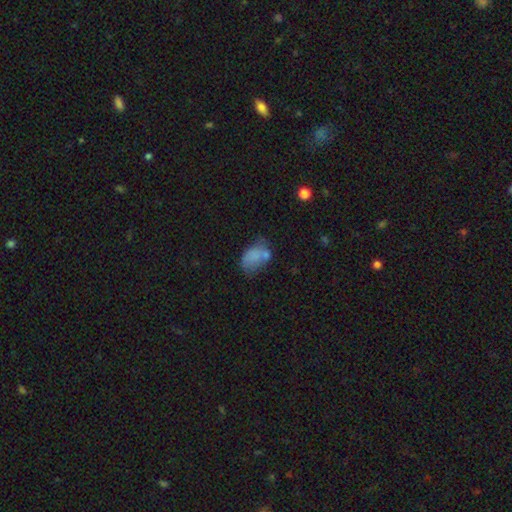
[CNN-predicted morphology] Smooth or featured: smooth — 68% (featured or disk — 20%)
How rounded: in between — 85% (round — 13%)
Merging: none — 34% (minor disturbance — 28%)